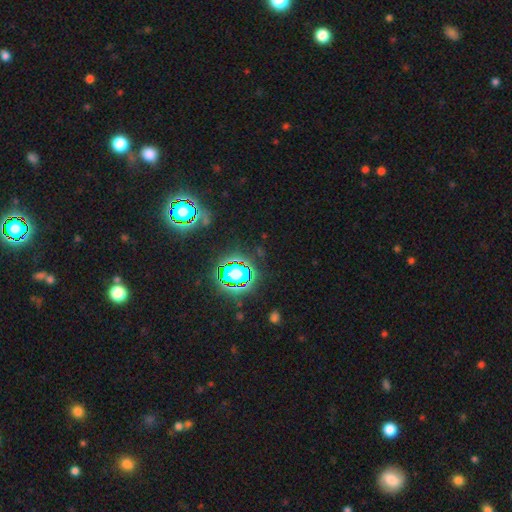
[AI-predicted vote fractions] Overall: star or artifact (79%).